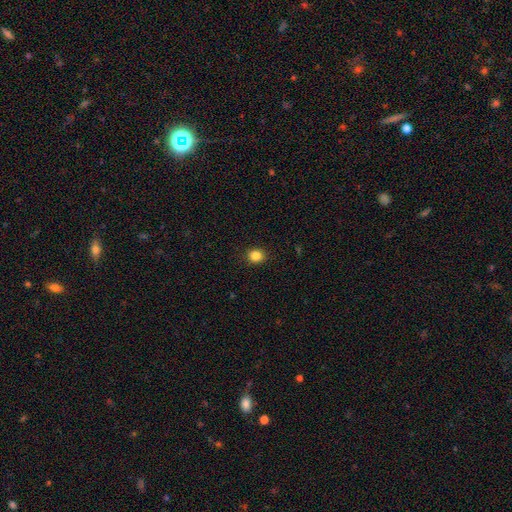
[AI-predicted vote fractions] smooth-or-featured: smooth: 84% | star or artifact: 11% | featured or disk: 4%
  how-rounded: round: 79% | in between: 20% | cigar-shaped: 1%
  merging: none: 91% | minor disturbance: 6% | major disturbance: 2% | merger: 1%